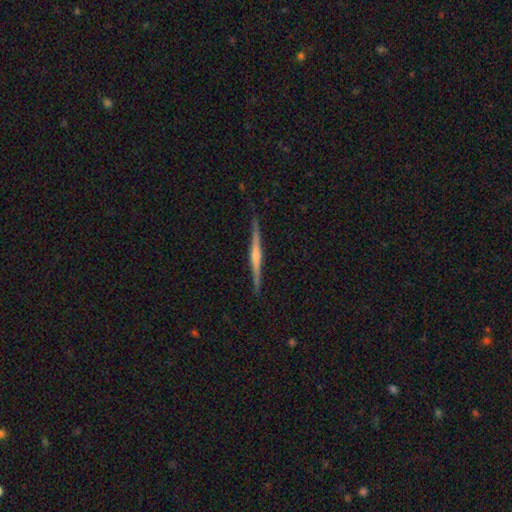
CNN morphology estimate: Smooth or featured: featured or disk — 81% (smooth — 13%)
Edge-on disk: yes — 98% (no — 2%)
Edge-on bulge: rounded — 75% (none — 14%)
Merging: none — 91% (minor disturbance — 6%)